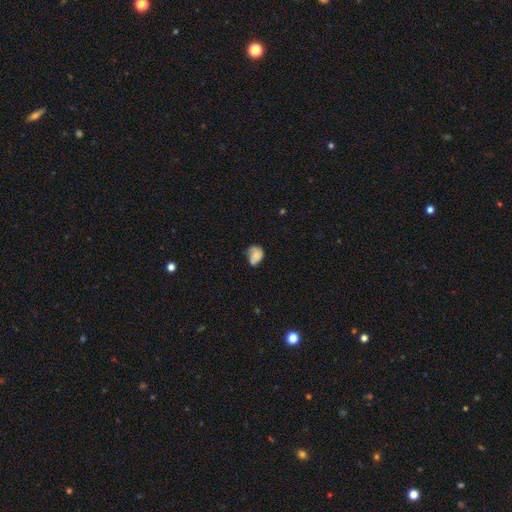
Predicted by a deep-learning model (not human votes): smooth-or-featured: smooth: 69% | featured or disk: 21% | star or artifact: 10%
  how-rounded: in between: 59% | round: 39% | cigar-shaped: 1%
  merging: none: 39% | minor disturbance: 35% | major disturbance: 15% | merger: 11%